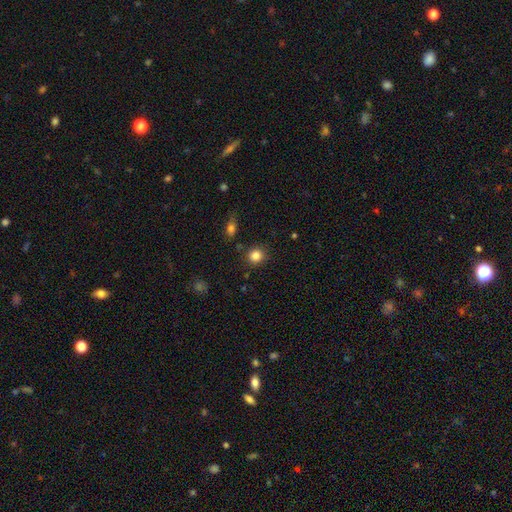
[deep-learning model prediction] Smooth or featured? Predicted: smooth (p=0.85). How rounded? Predicted: round (p=0.88). Merging? Predicted: none (p=0.86).